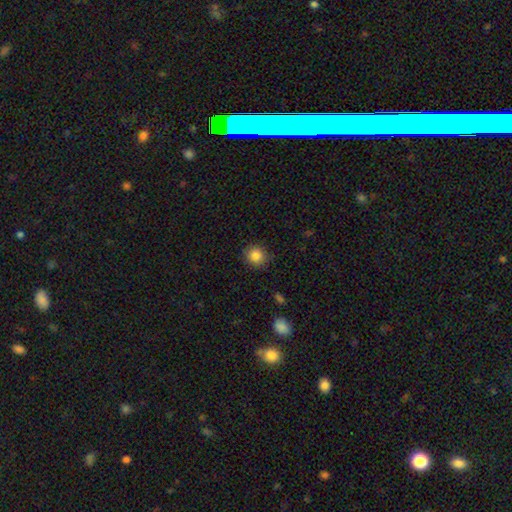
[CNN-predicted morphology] Smooth or featured? Predicted: smooth (p=0.85). How rounded? Predicted: round (p=0.87). Merging? Predicted: none (p=0.87).